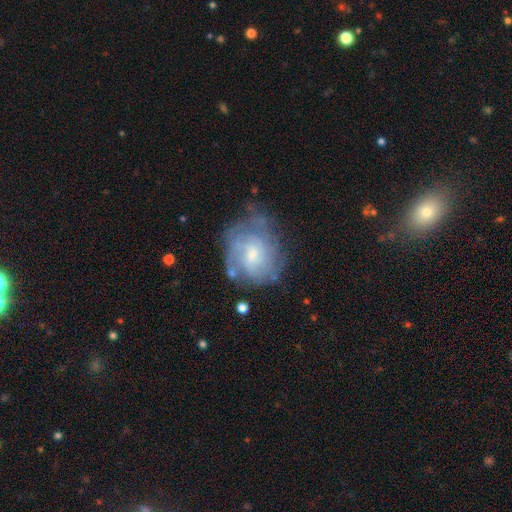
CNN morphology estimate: Smooth or featured: featured or disk — 64% (smooth — 24%)
Edge-on disk: no — 97% (yes — 3%)
Bar: no — 61% (weak — 34%)
Spiral arms: yes — 79% (no — 21%)
Bulge size: small — 57% (moderate — 36%)
Merging: none — 63% (minor disturbance — 22%)